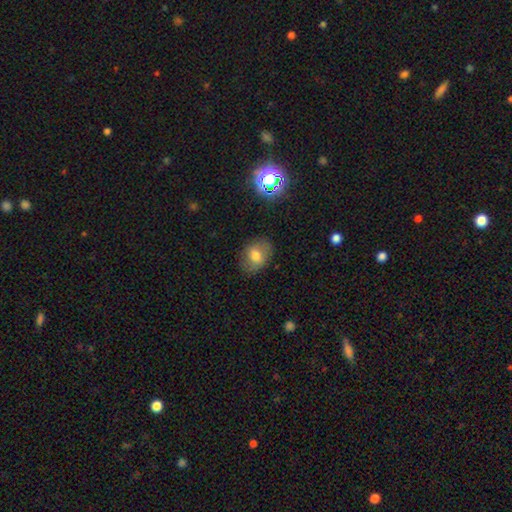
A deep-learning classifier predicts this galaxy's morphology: Smooth or featured?
  - smooth: 69% *
  - featured or disk: 19%
  - star or artifact: 12%
How rounded?
  - in between: 65% *
  - round: 34%
  - cigar-shaped: 1%
Merging?
  - none: 78% *
  - minor disturbance: 15%
  - major disturbance: 5%
  - merger: 1%